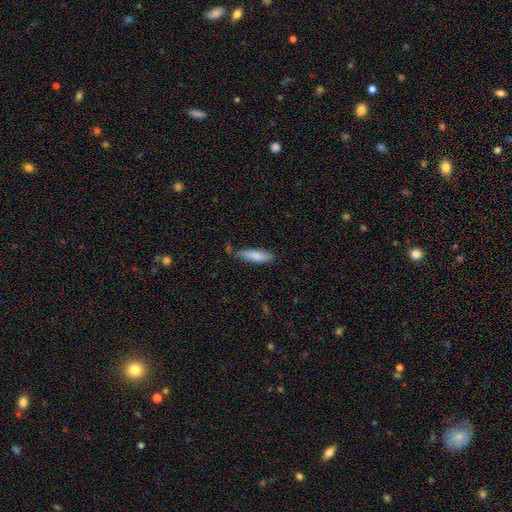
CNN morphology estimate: Q: Smooth or featured?
A: smooth (83%); runner-up: featured or disk (11%)
Q: How rounded?
A: cigar-shaped (59%); runner-up: in between (39%)
Q: Merging?
A: none (73%); runner-up: minor disturbance (19%)